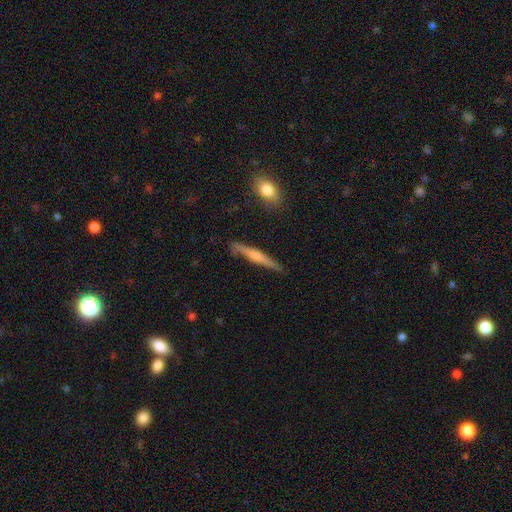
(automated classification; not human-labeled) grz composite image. It shows a featured or disk galaxy (55%) viewed edge-on (96%) with a rounded central bulge (59%). Merging: none (84%).